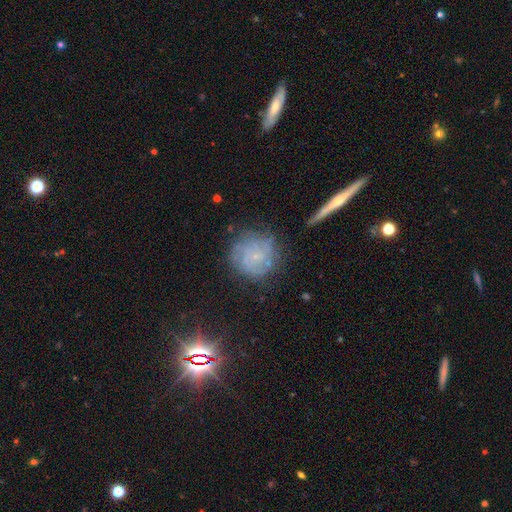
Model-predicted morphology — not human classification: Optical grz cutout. It shows a featured or disk galaxy (60%) with no bar (73%), spiral arms (78%) and a small central bulge (70%). Merging: none (70%).